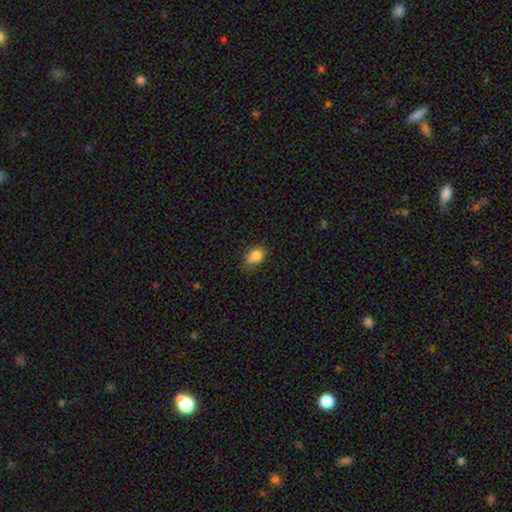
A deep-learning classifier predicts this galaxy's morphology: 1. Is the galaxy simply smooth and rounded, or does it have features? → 80% smooth, 11% star or artifact, 9% featured or disk.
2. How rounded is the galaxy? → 56% in between, 42% round, 1% cigar-shaped.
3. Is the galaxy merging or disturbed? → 47% none, 31% minor disturbance, 13% merger, 9% major disturbance.